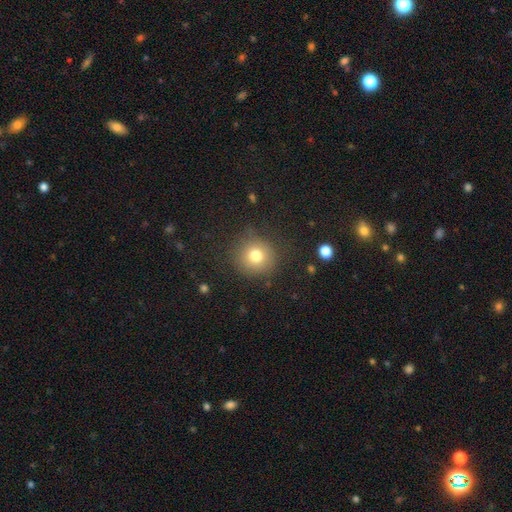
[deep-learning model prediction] The model was most divided on "smooth or featured": smooth: 76%, star or artifact: 13%, featured or disk: 11%. More confident: how rounded — round (92%); merging — none (83%).